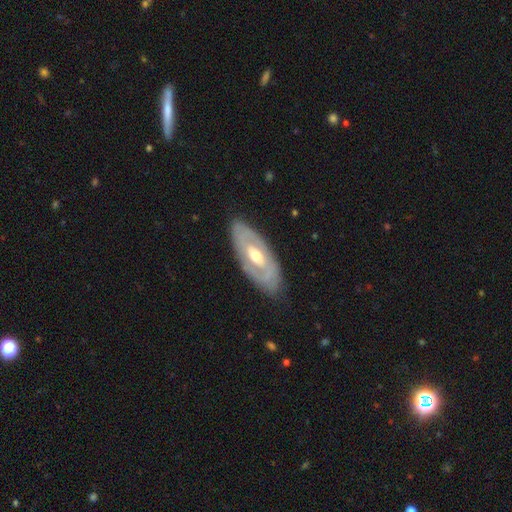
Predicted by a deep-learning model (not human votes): Q: Smooth or featured?
A: featured or disk (75%); runner-up: smooth (20%)
Q: Edge-on disk?
A: no (87%); runner-up: yes (13%)
Q: Bar?
A: no (47%); runner-up: weak (36%)
Q: Spiral arms?
A: yes (56%); runner-up: no (44%)
Q: Bulge size?
A: moderate (71%); runner-up: small (22%)
Q: Merging?
A: none (83%); runner-up: minor disturbance (13%)